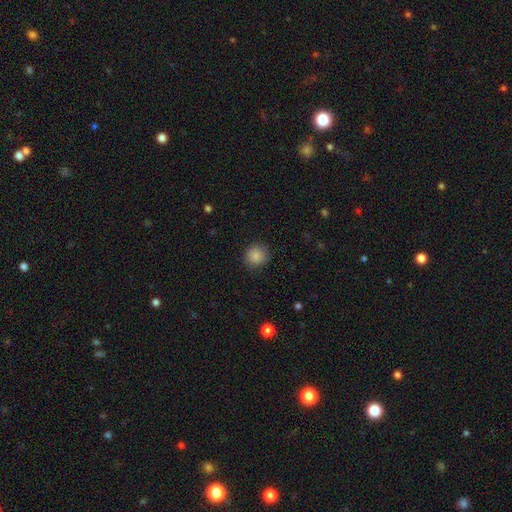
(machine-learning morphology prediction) This is clearly a smooth galaxy (86%). How rounded: clearly round (93%). Merging: clearly none (87%).